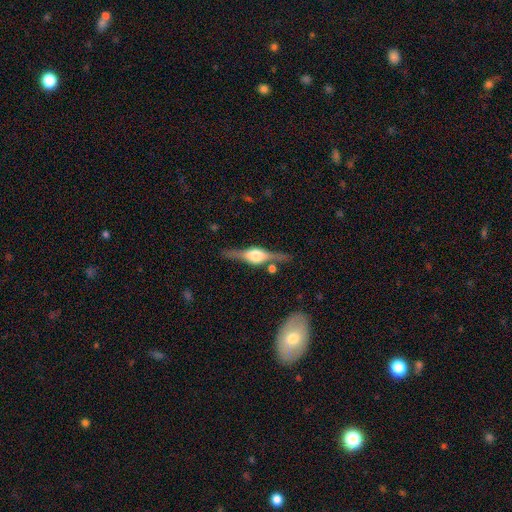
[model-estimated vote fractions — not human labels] Q: Smooth or featured?
A: featured or disk (84%); runner-up: smooth (11%)
Q: Edge-on disk?
A: yes (97%); runner-up: no (3%)
Q: Edge-on bulge?
A: rounded (91%); runner-up: boxy (8%)
Q: Merging?
A: none (83%); runner-up: minor disturbance (10%)